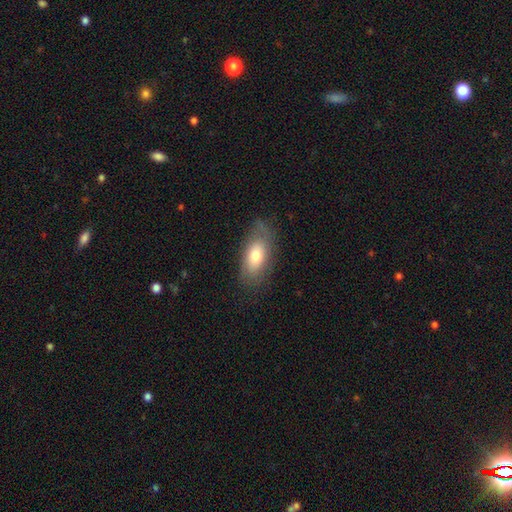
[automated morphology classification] Q: Smooth or featured?
A: smooth (70%); runner-up: featured or disk (23%)
Q: How rounded?
A: in between (89%); runner-up: cigar-shaped (6%)
Q: Merging?
A: none (72%); runner-up: minor disturbance (20%)